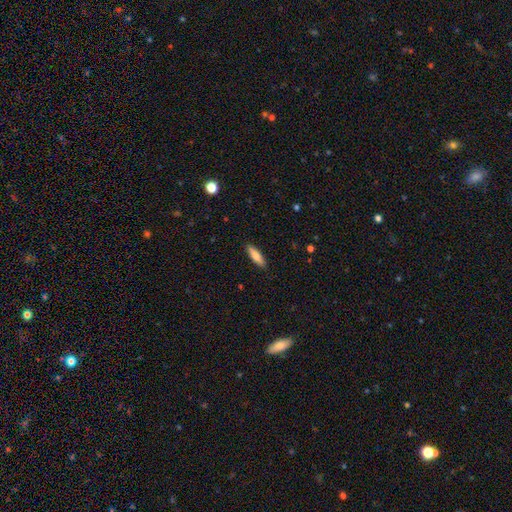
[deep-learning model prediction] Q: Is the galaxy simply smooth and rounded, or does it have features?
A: smooth — 76%.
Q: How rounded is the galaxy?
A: cigar-shaped — 63%.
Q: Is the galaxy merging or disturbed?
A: none — 89%.